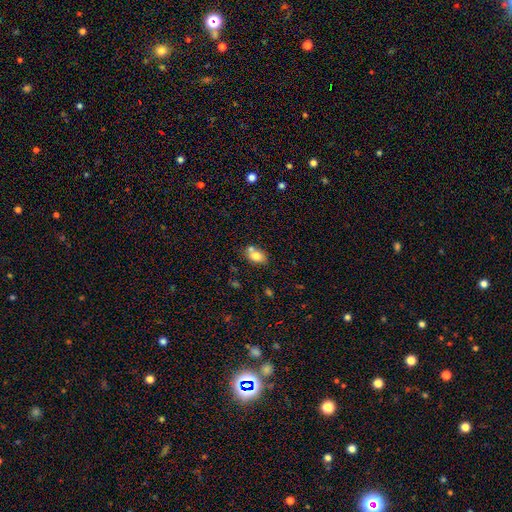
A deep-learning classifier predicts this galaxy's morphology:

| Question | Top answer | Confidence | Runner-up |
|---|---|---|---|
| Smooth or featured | smooth | 76% | featured or disk (15%) |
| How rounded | in between | 80% | round (18%) |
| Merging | none | 53% | merger (27%) |